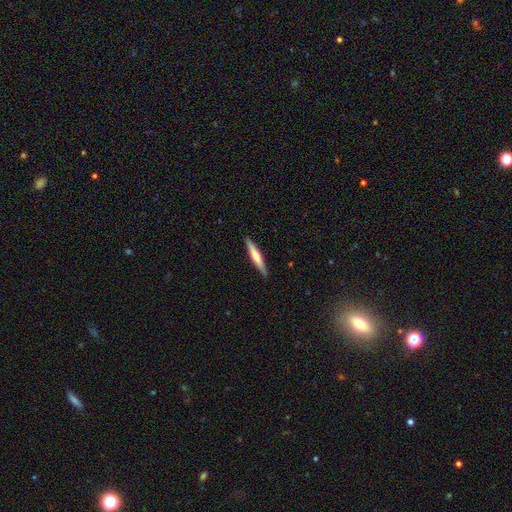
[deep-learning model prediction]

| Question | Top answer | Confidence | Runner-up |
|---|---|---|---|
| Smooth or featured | smooth | 56% | featured or disk (39%) |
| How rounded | cigar-shaped | 93% | in between (6%) |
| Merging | none | 90% | minor disturbance (8%) |